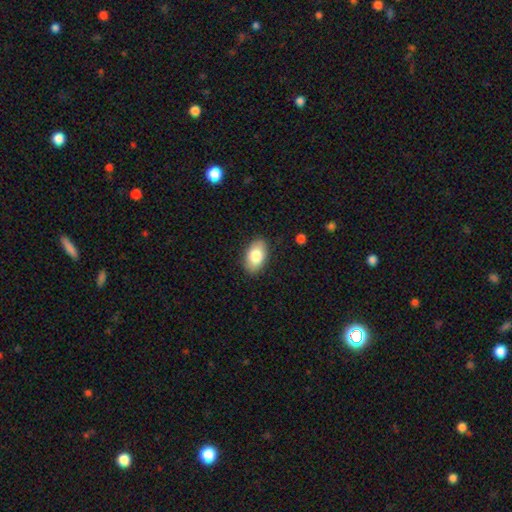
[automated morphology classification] A smooth galaxy with no disk features (81%) that is in between round and cigar-shaped (93%). Merging: none (86%).